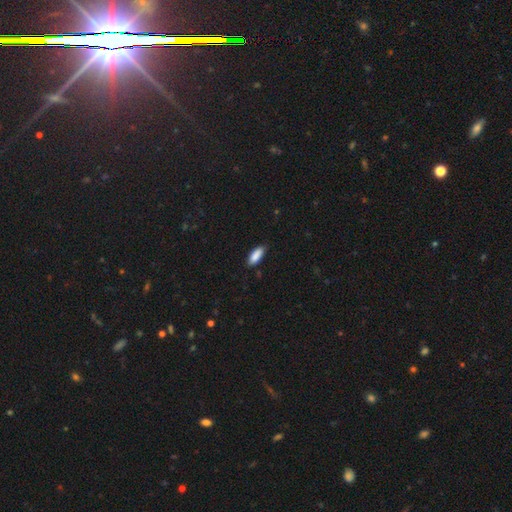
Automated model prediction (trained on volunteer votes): A smooth galaxy with no disk features (89%) that is in between round and cigar-shaped (73%).

Vote fractions:
- Smooth or featured? smooth: 89% / star or artifact: 6% / featured or disk: 5%
- How rounded? in between: 73% / cigar-shaped: 26% / round: 2%
- Merging? none: 83% / minor disturbance: 14% / major disturbance: 2% / merger: 1%